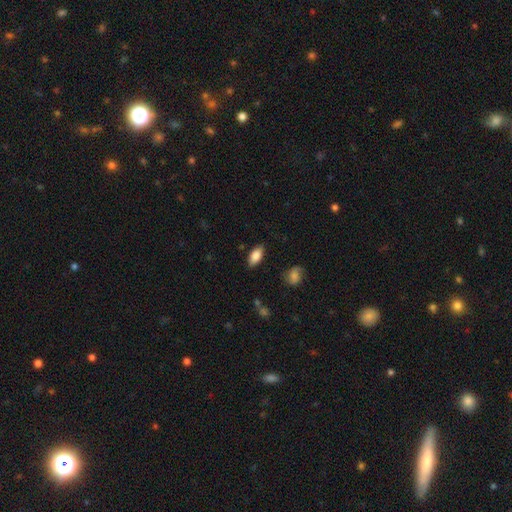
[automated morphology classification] Q: Smooth or featured?
A: smooth (83%); runner-up: featured or disk (10%)
Q: How rounded?
A: in between (90%); runner-up: cigar-shaped (6%)
Q: Merging?
A: none (85%); runner-up: minor disturbance (11%)